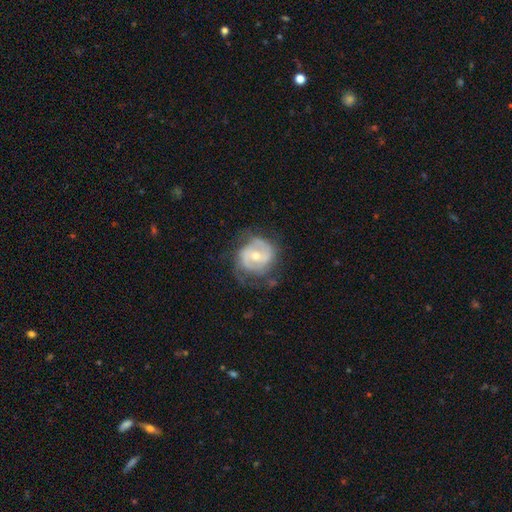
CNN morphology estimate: type=featured or disk (75%); edge-on=no (97%); bar=no (43%, tied with weak); spiral arms=yes (84%); winding=medium (41%, tied with tight); arm count=2 (60%); bulge=moderate (55%); merging=none (59%).